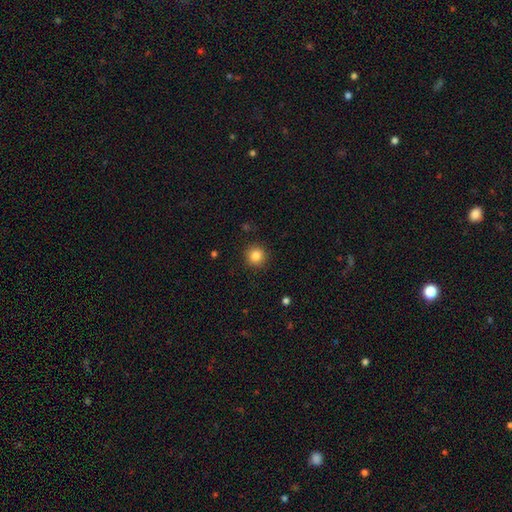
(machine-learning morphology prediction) Smooth or featured: smooth — 85% (star or artifact — 11%)
How rounded: round — 93% (in between — 6%)
Merging: none — 91% (minor disturbance — 6%)